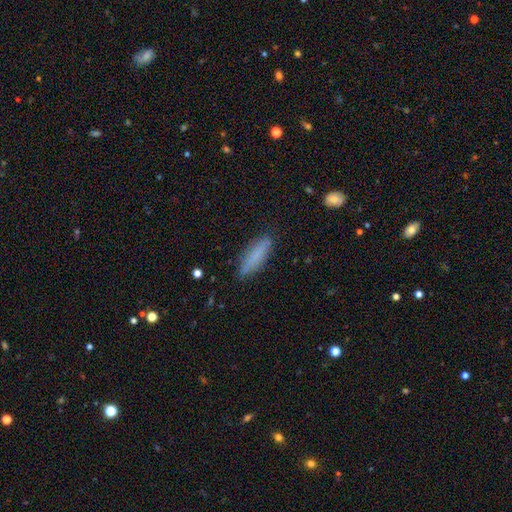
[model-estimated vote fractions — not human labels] smooth 78%, featured or disk 14%, star or artifact 7%. Down the decision tree: how rounded — cigar-shaped (66%); merging — none (85%).